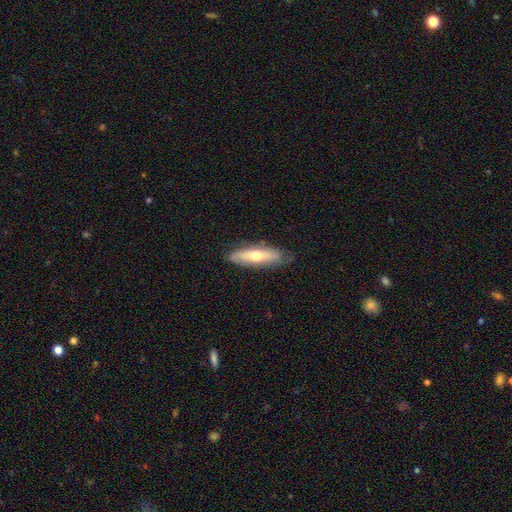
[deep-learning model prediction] Q: Smooth or featured?
A: smooth (49%); runner-up: featured or disk (45%)
Q: Merging?
A: none (78%); runner-up: minor disturbance (17%)